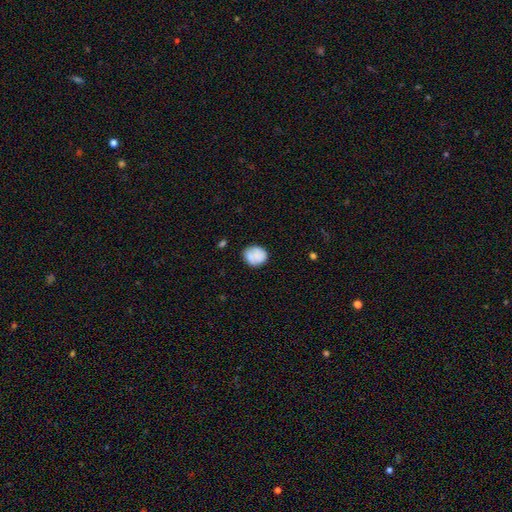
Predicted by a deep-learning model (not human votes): The model was most divided on "how rounded": round: 71%, in between: 28%, cigar-shaped: 1%. More confident: smooth or featured — smooth (75%); merging — none (70%).